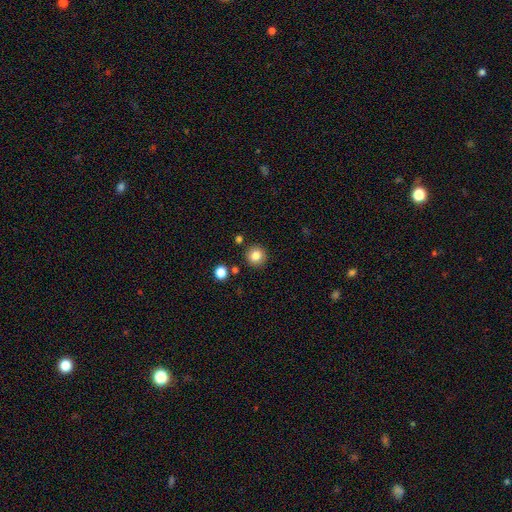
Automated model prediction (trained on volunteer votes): Smooth or featured? Predicted: smooth (p=0.83). How rounded? Predicted: round (p=0.94). Merging? Predicted: none (p=0.89).